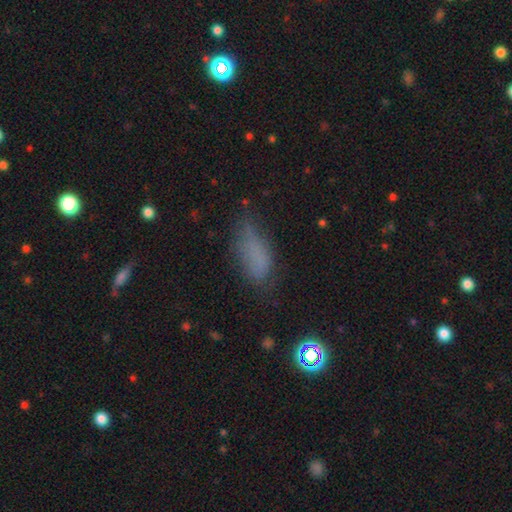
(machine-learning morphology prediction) This appears to be a smooth galaxy with no disk features (71%) that is in between round and cigar-shaped (74%). Merging: none (54%).